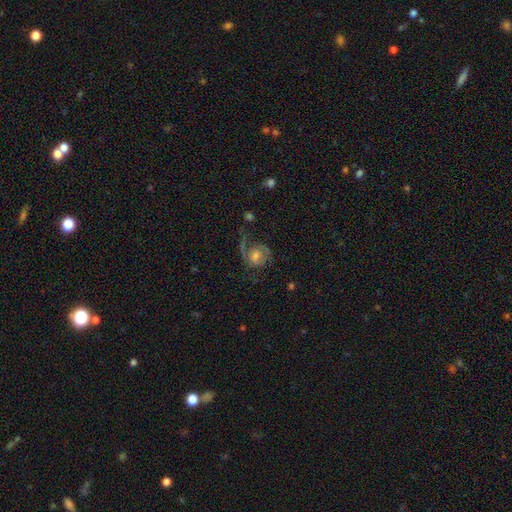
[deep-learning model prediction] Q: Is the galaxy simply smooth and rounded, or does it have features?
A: featured or disk — 67%.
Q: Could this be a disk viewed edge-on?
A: no — 97%.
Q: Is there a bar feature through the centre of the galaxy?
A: no — 63%.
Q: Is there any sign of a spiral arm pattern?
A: yes — 86%.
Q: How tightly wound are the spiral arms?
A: medium — 44%.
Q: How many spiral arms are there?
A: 2 — 47%.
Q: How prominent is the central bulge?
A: moderate — 53%.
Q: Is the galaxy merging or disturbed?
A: none — 45%.